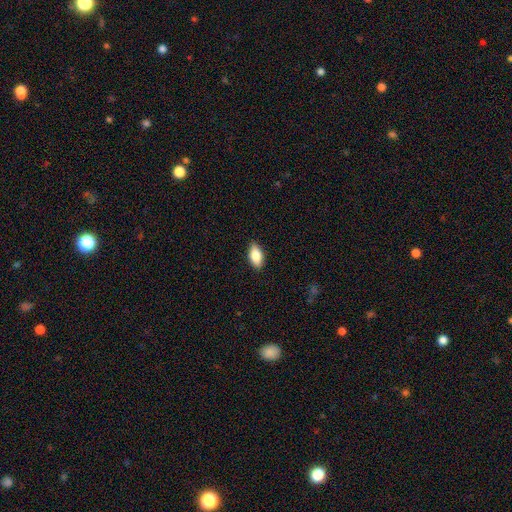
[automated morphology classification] type=smooth (77%); roundness=in between (88%); merging=none (88%).